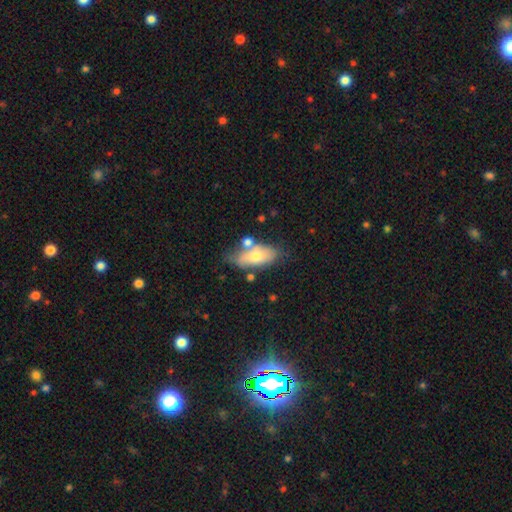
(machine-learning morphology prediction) The model was most divided on "smooth or featured": smooth: 65%, featured or disk: 28%, star or artifact: 7%. More confident: how rounded — in between (85%); merging — none (57%).